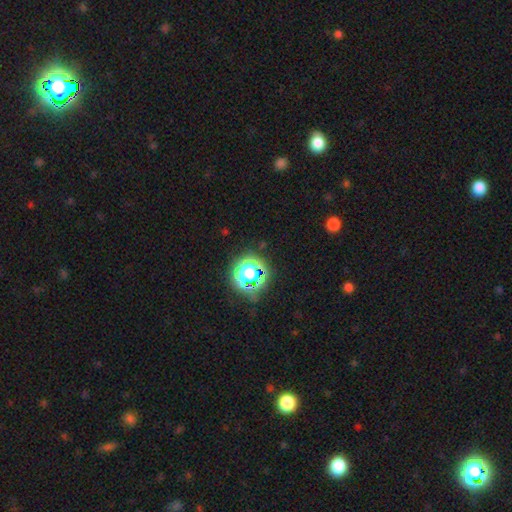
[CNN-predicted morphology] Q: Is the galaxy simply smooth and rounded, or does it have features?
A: star or artifact — 76%.